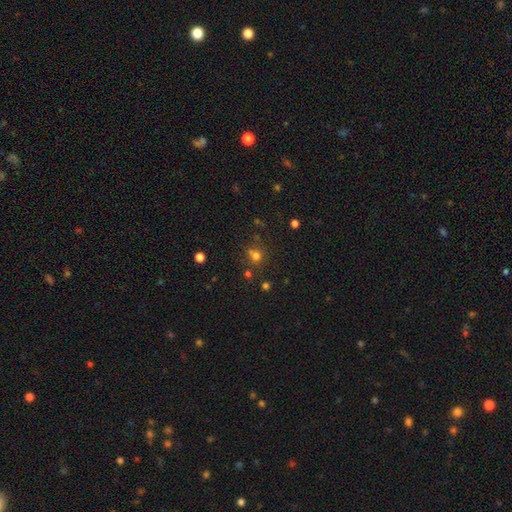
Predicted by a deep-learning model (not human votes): Q: Smooth or featured?
A: smooth (66%); runner-up: star or artifact (25%)
Q: How rounded?
A: round (86%); runner-up: in between (13%)
Q: Merging?
A: none (64%); runner-up: merger (21%)